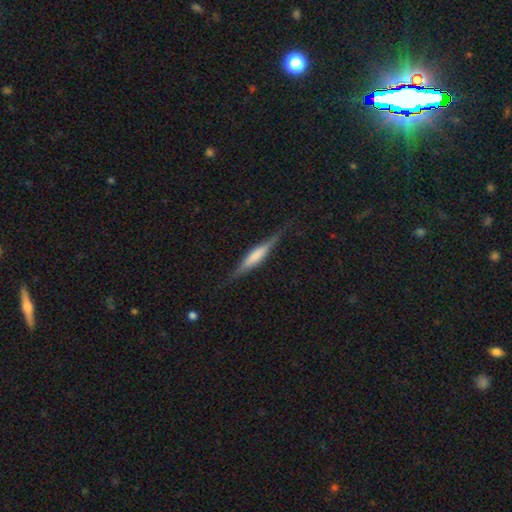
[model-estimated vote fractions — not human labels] Q: Smooth or featured?
A: featured or disk (53%); runner-up: smooth (40%)
Q: Edge-on disk?
A: yes (95%); runner-up: no (5%)
Q: Edge-on bulge?
A: boxy (39%); runner-up: rounded (35%)
Q: Merging?
A: none (81%); runner-up: minor disturbance (14%)